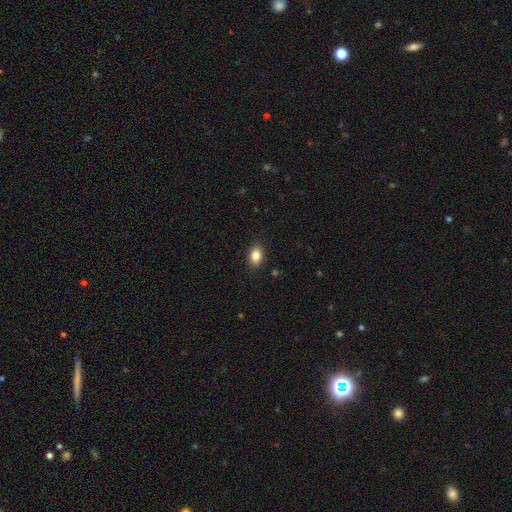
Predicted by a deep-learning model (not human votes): This is clearly a smooth galaxy (84%). How rounded: clearly in between (82%). Merging: clearly none (88%).